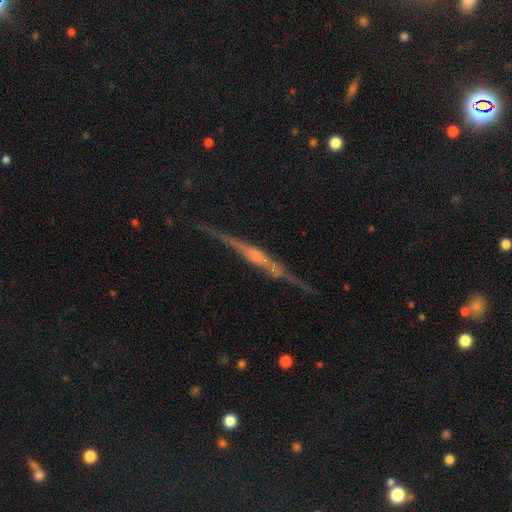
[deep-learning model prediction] A featured or disk galaxy (81%) viewed edge-on (97%) with a rounded central bulge (51%). Merging: none (81%).